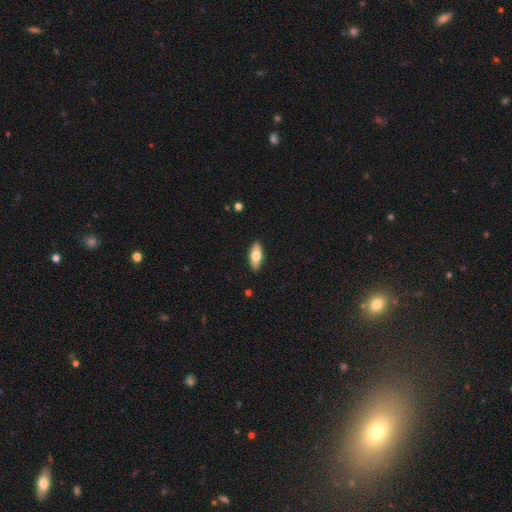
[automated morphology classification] The model was most divided on "smooth or featured": smooth: 67%, featured or disk: 27%, star or artifact: 6%. More confident: merging — none (90%); how rounded — in between (75%).